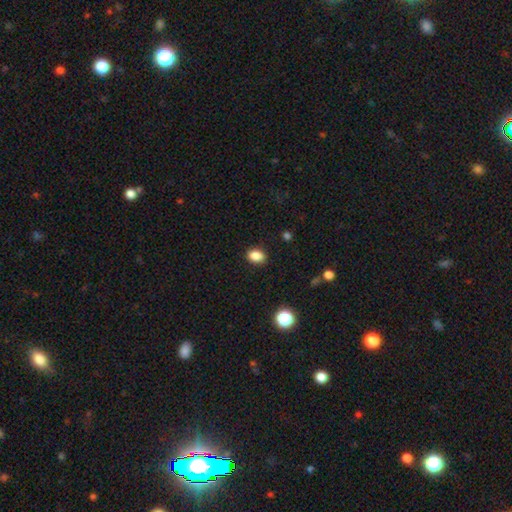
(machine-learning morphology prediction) Q: Smooth or featured?
A: smooth (86%); runner-up: star or artifact (10%)
Q: How rounded?
A: in between (75%); runner-up: round (24%)
Q: Merging?
A: none (87%); runner-up: minor disturbance (9%)